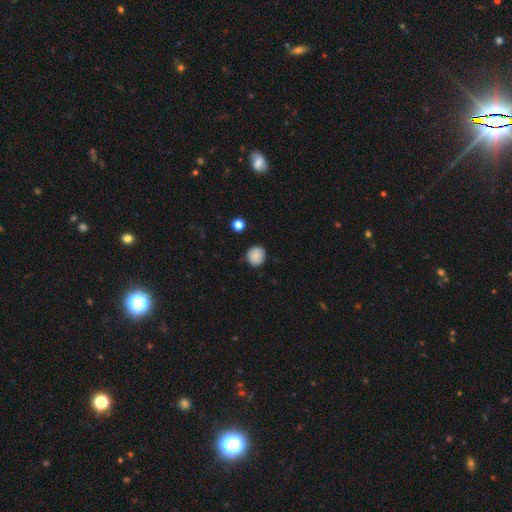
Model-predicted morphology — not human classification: A smooth galaxy with no disk features (84%) that is round (87%).

Vote fractions:
- Smooth or featured? smooth: 84% / star or artifact: 9% / featured or disk: 7%
- How rounded? round: 87% / in between: 12% / cigar-shaped: 1%
- Merging? none: 81% / minor disturbance: 15% / major disturbance: 3% / merger: 2%